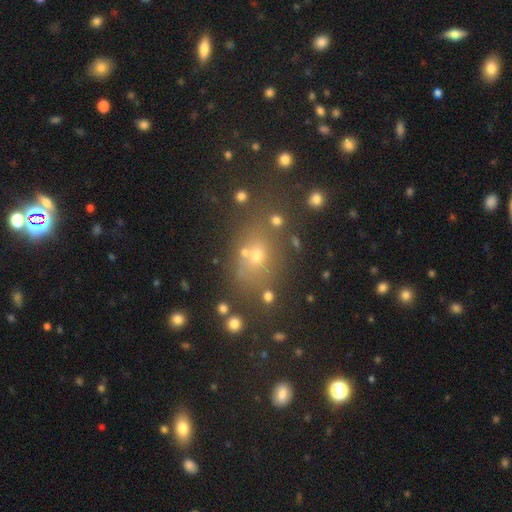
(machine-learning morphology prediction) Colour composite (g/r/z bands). It shows a smooth galaxy with no disk features (59%) that is in between round and cigar-shaped (54%). Merging: none (64%).